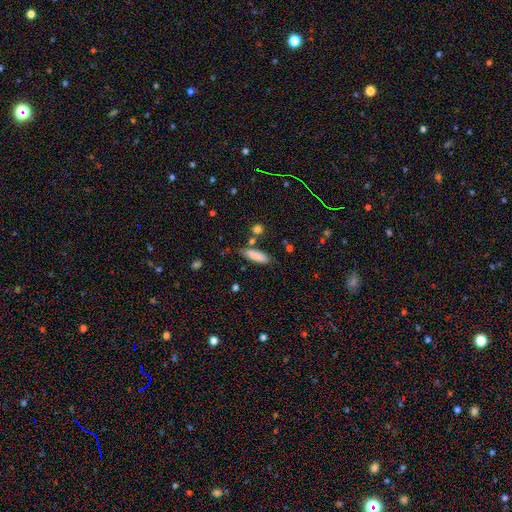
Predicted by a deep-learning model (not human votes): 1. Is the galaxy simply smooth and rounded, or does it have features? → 85% smooth, 8% featured or disk, 7% star or artifact.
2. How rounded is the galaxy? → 55% cigar-shaped, 43% in between, 2% round.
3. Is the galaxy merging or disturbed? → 73% none, 16% minor disturbance, 7% merger, 4% major disturbance.